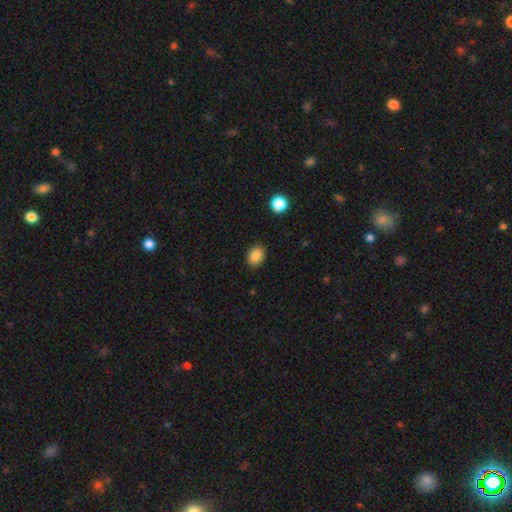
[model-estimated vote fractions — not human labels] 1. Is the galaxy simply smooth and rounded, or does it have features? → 86% smooth, 9% star or artifact, 5% featured or disk.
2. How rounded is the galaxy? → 65% in between, 34% round, 1% cigar-shaped.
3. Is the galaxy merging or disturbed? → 89% none, 8% minor disturbance, 2% major disturbance, 1% merger.